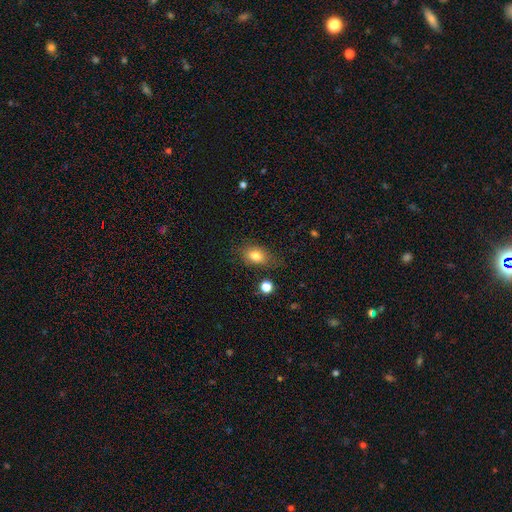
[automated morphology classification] A smooth galaxy with no disk features (79%) that is in between round and cigar-shaped (74%).

Vote fractions:
- Smooth or featured? smooth: 79% / star or artifact: 11% / featured or disk: 10%
- How rounded? in between: 74% / round: 23% / cigar-shaped: 2%
- Merging? none: 67% / minor disturbance: 23% / major disturbance: 7% / merger: 4%